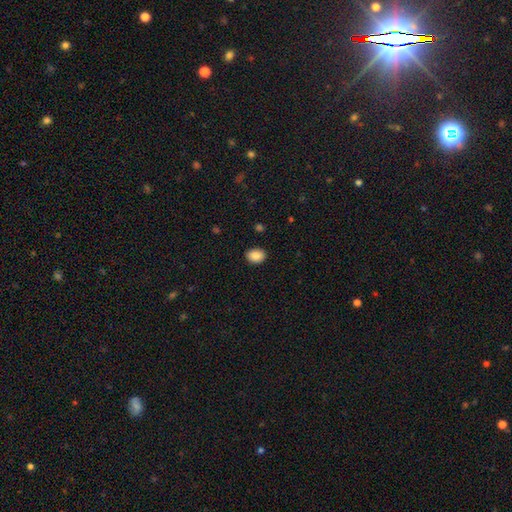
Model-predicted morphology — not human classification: Smooth or featured? Predicted: smooth (p=0.89). How rounded? Predicted: in between (p=0.69). Merging? Predicted: none (p=0.89).